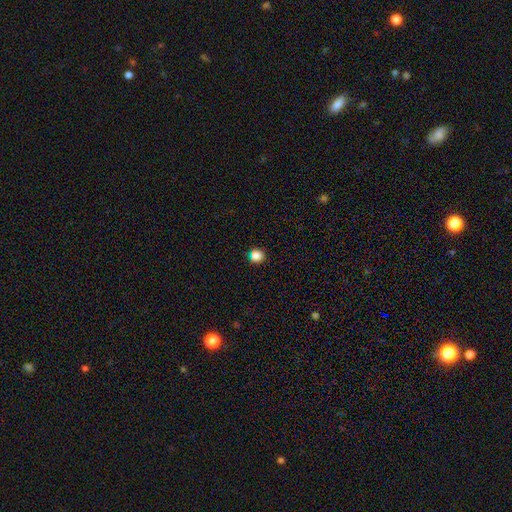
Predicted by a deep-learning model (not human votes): smooth_or_featured: smooth (p=0.85) [alt: star or artifact p=0.12]
how_rounded: round (p=0.91) [alt: in between p=0.08]
merging: none (p=0.89) [alt: minor disturbance p=0.07]